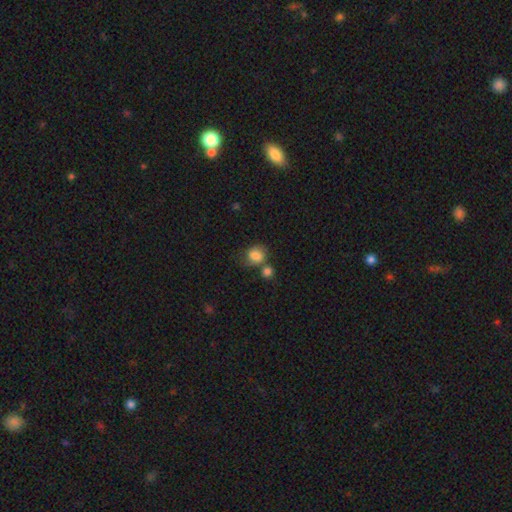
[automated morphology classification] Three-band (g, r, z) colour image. It shows a smooth galaxy with no disk features (83%) that is round (66%). Merging: none (47%).